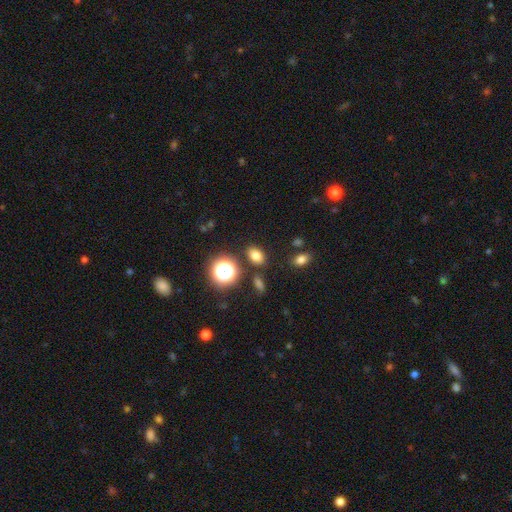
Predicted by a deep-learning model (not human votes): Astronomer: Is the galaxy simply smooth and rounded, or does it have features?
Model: smooth — 75%.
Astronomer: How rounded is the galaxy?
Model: in between — 73%.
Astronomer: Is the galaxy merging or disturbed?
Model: none — 82%.